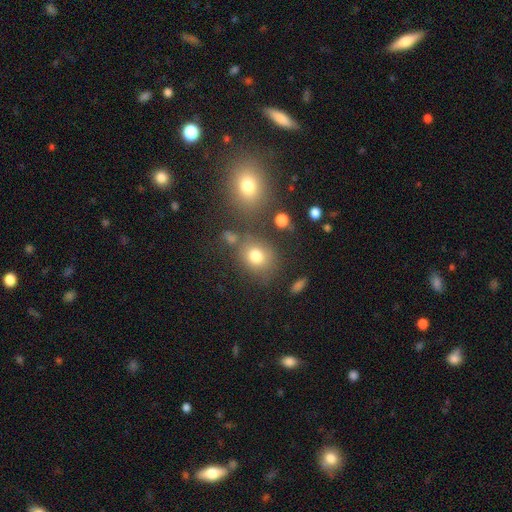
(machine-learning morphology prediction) Q: Smooth or featured?
A: smooth (75%); runner-up: star or artifact (15%)
Q: How rounded?
A: round (68%); runner-up: in between (31%)
Q: Merging?
A: none (67%); runner-up: minor disturbance (14%)